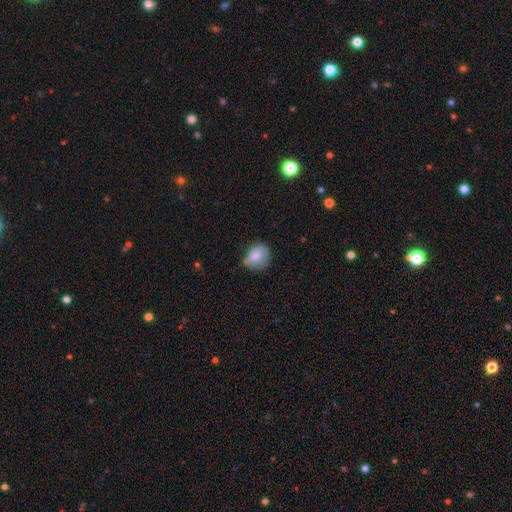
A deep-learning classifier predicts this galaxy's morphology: Smooth or featured? smooth (76%)
How rounded? in between (50%)
Merging? none (50%)